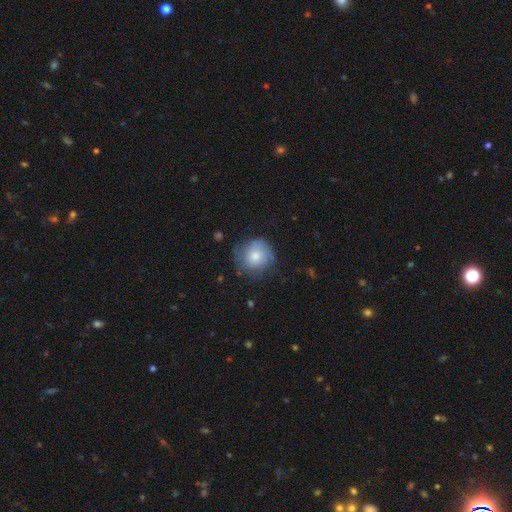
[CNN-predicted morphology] Q: Smooth or featured?
A: smooth (71%); runner-up: featured or disk (21%)
Q: How rounded?
A: round (88%); runner-up: in between (11%)
Q: Merging?
A: none (62%); runner-up: minor disturbance (27%)